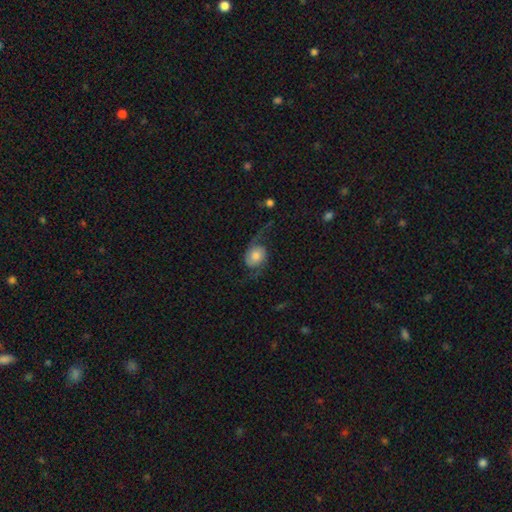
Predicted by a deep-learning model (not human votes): This appears to be a featured or disk galaxy (69%) with no bar (71%), 2 (90%) loose (72%) spiral arms (93%) and a moderate central bulge (42%). Merging: none (55%).